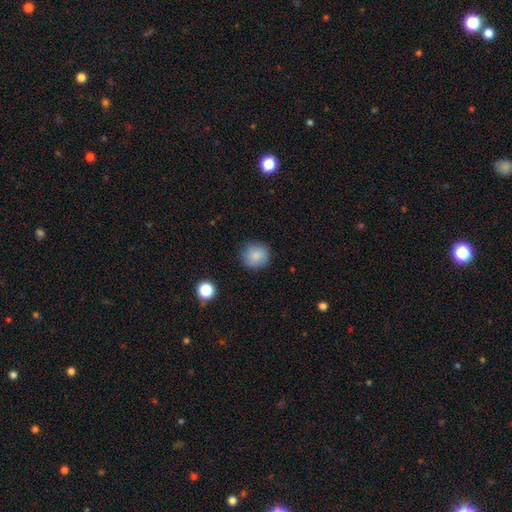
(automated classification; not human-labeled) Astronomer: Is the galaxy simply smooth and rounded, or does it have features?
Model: smooth — 86%.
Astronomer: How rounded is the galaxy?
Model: round — 91%.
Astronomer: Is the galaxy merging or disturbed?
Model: none — 87%.